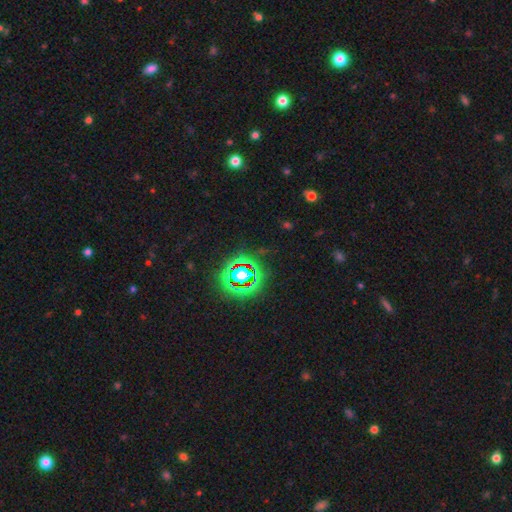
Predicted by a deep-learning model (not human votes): A star or artifact, not a galaxy (78%).